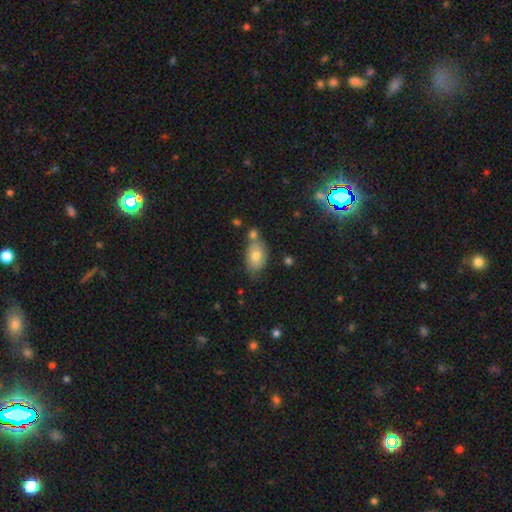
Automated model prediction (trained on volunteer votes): Smooth or featured? Predicted: smooth (p=0.73). How rounded? Predicted: in between (p=0.87). Merging? Predicted: none (p=0.55).